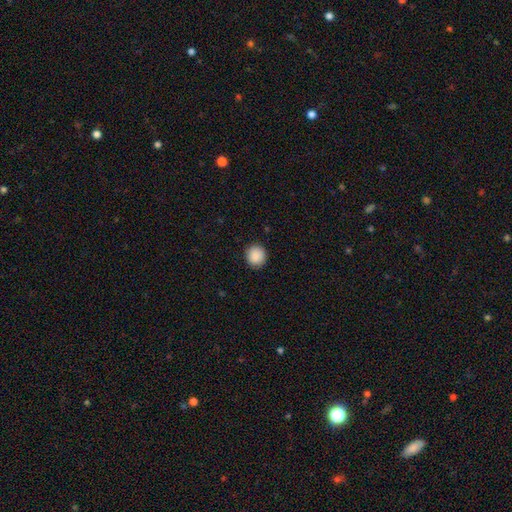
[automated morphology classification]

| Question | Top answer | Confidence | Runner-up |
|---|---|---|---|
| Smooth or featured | smooth | 89% | star or artifact (8%) |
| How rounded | round | 93% | in between (6%) |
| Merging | none | 91% | minor disturbance (6%) |